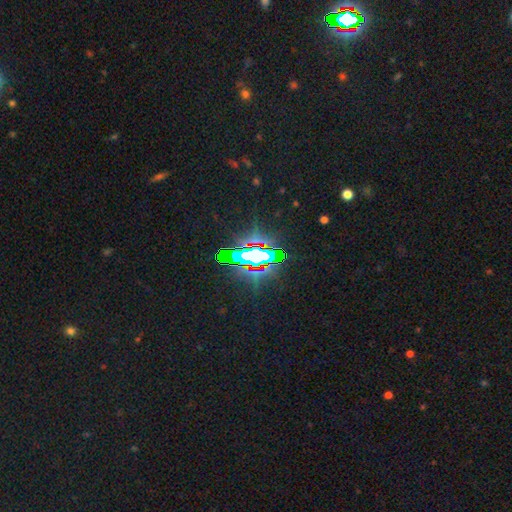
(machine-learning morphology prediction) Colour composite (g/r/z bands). It shows a star or artifact, not a galaxy (66%).